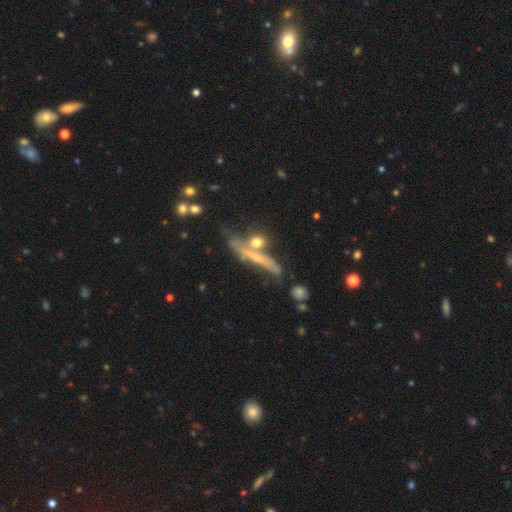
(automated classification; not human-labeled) Smooth or featured?
  - featured or disk: 54% *
  - smooth: 35%
  - star or artifact: 12%
Edge-on disk?
  - yes: 78% *
  - no: 22%
Merging?
  - none: 47% *
  - merger: 24%
  - minor disturbance: 18%
  - major disturbance: 11%